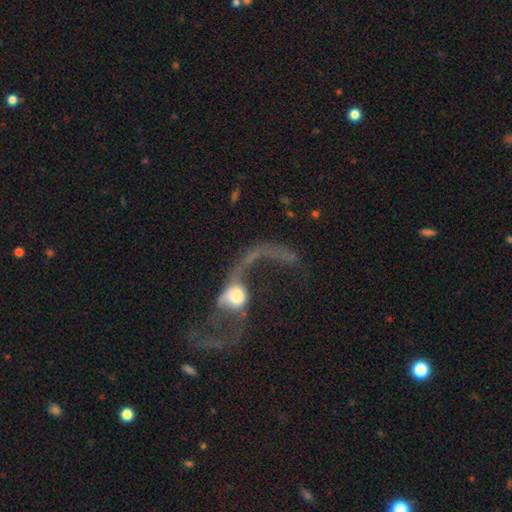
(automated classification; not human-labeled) Overall: featured or disk (86%). Edge-on disk: no (94%). Bar: no (54%; weak 27%). Spiral arms: yes (92%). Spiral arm count: 2 (90%). Spiral winding: loose (88%). Bulge size: moderate (55%; large 21%). Merging: none (49%; major disturbance 31%).